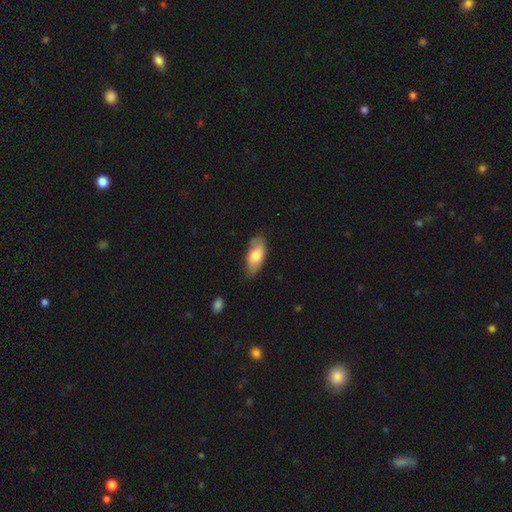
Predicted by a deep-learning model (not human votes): The model was most divided on "smooth or featured": smooth: 67%, featured or disk: 27%, star or artifact: 6%. More confident: how rounded — in between (89%); merging — none (70%).